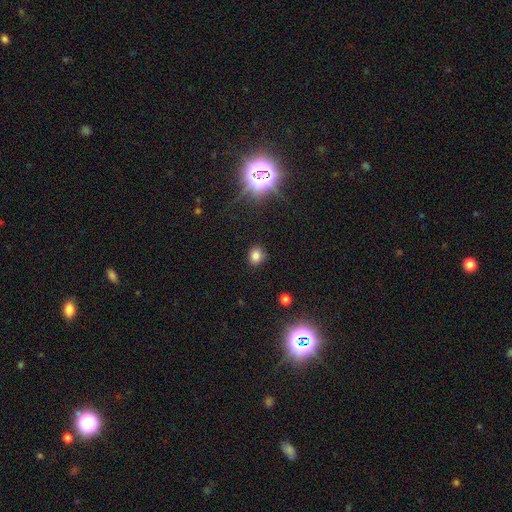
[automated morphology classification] A smooth galaxy with no disk features (78%) that is round (63%).

Vote fractions:
- Smooth or featured? smooth: 78% / star or artifact: 16% / featured or disk: 6%
- How rounded? round: 63% / in between: 36% / cigar-shaped: 1%
- Merging? none: 86% / minor disturbance: 10% / major disturbance: 3% / merger: 2%